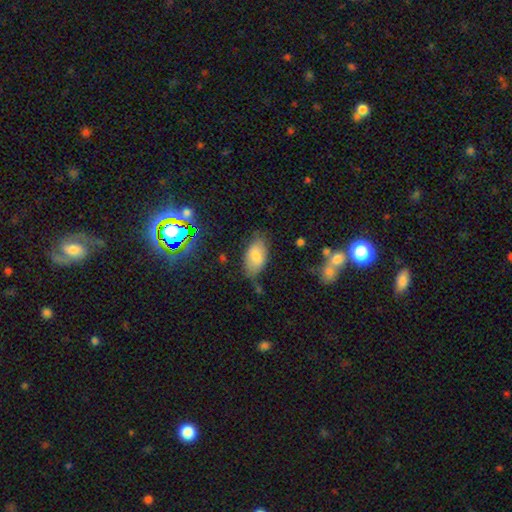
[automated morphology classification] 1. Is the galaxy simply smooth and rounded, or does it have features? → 77% smooth, 14% featured or disk, 9% star or artifact.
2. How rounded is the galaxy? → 94% in between, 4% round, 2% cigar-shaped.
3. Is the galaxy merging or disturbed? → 65% none, 26% minor disturbance, 6% major disturbance, 3% merger.